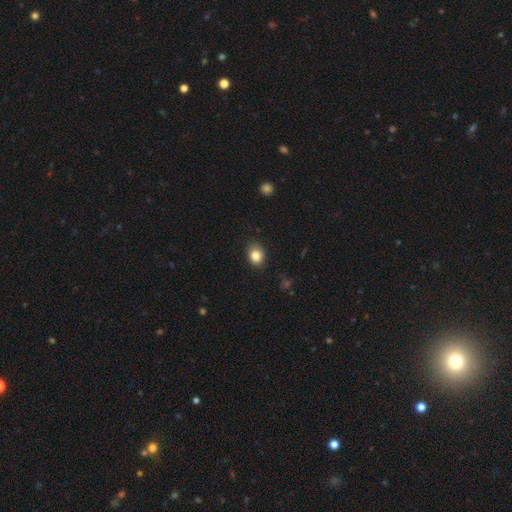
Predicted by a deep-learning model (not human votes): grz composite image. It shows a smooth galaxy with no disk features (84%) that is round (52%). Merging: none (85%).